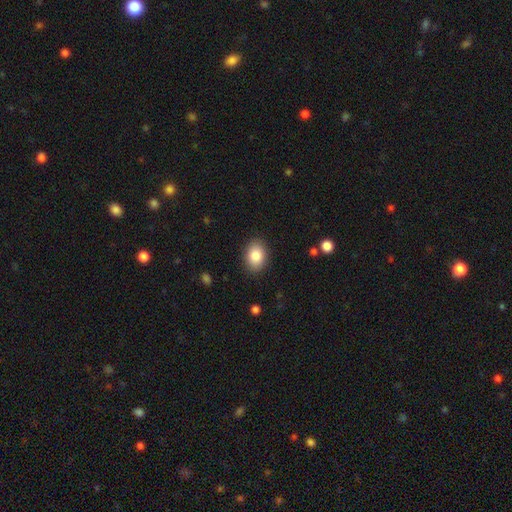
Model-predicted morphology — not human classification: Smooth or featured? smooth (85%)
How rounded? in between (74%)
Merging? none (88%)